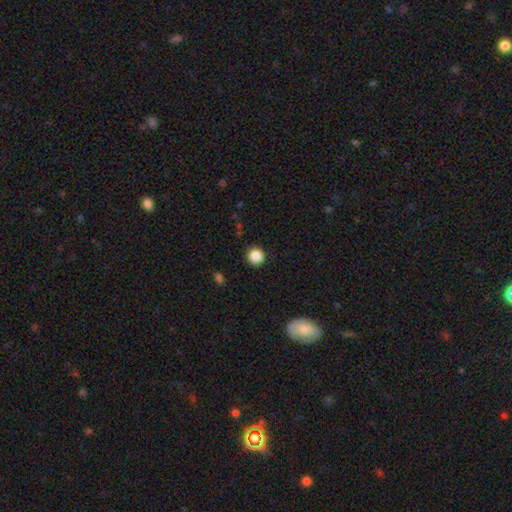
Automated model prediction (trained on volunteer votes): Overall: smooth (86%). How rounded: round (92%). Merging: none (89%).